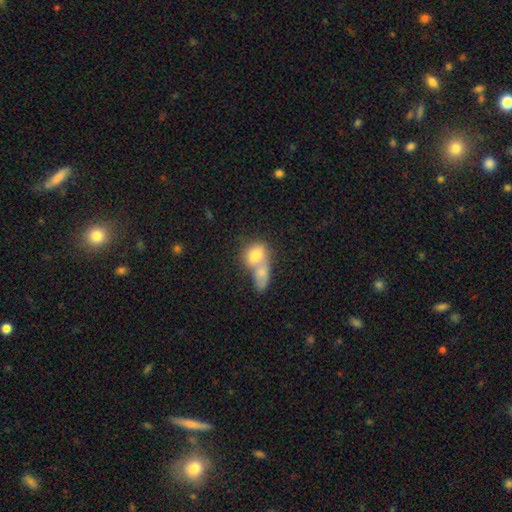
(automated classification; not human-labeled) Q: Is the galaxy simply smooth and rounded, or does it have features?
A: smooth — 76%.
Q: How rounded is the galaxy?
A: in between — 58%.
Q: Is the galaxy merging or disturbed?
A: merger — 68%.